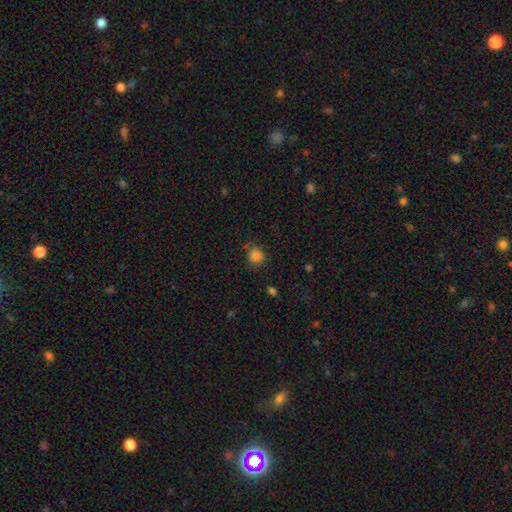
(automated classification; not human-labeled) smooth 84%, star or artifact 12%, featured or disk 4%. Down the decision tree: how rounded — round (85%); merging — none (73%).